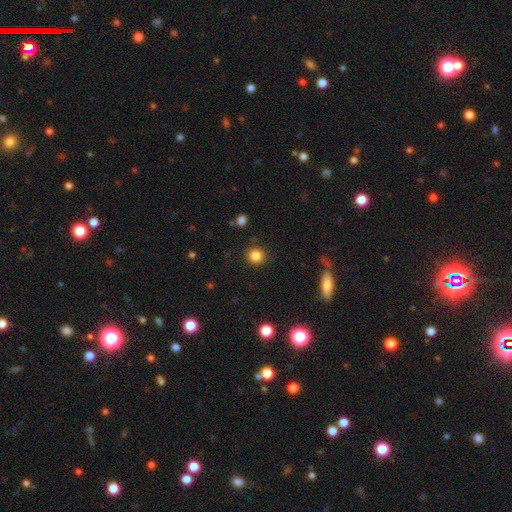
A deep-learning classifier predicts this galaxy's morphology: The model was most divided on "smooth or featured": smooth: 85%, star or artifact: 11%, featured or disk: 4%. More confident: how rounded — round (92%); merging — none (89%).